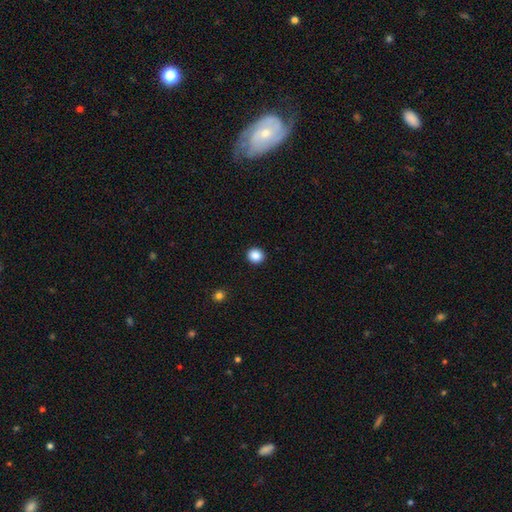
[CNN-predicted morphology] Smooth or featured? Predicted: smooth (p=0.87). How rounded? Predicted: round (p=0.89). Merging? Predicted: none (p=0.93).